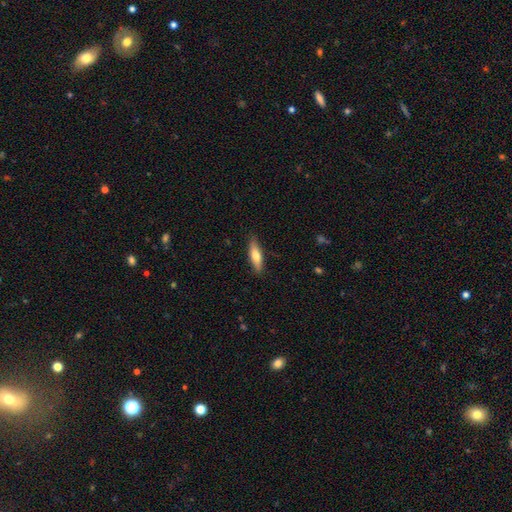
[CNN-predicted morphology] smooth-or-featured: smooth: 65% | featured or disk: 29% | star or artifact: 6%
  how-rounded: cigar-shaped: 64% | in between: 34% | round: 2%
  merging: none: 86% | minor disturbance: 11% | major disturbance: 2% | merger: 1%